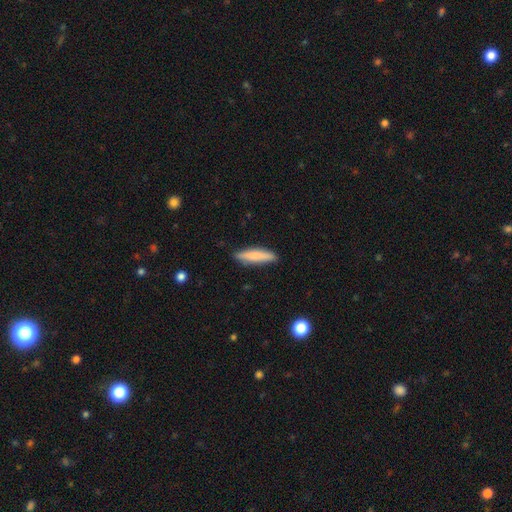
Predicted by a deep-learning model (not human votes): The model was most divided on "smooth or featured": smooth: 73%, featured or disk: 21%, star or artifact: 6%. More confident: merging — none (88%); how rounded — cigar-shaped (80%).